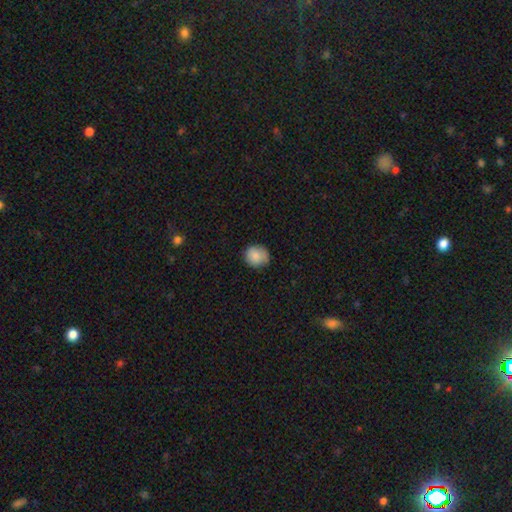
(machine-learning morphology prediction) This appears to be a smooth galaxy with no disk features (87%) that is round (88%). Merging: none (83%).